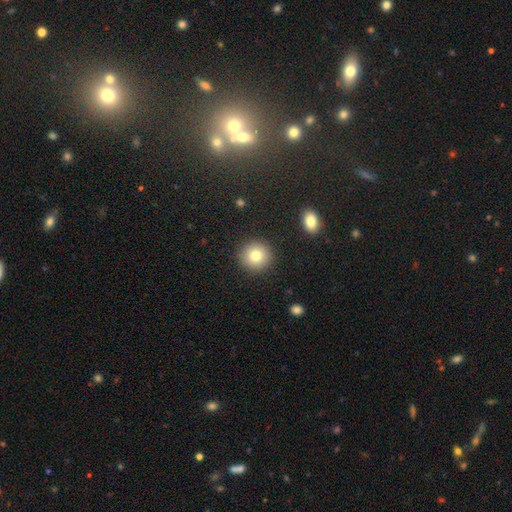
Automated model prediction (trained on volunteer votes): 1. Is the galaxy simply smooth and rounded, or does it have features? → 79% smooth, 10% star or artifact, 10% featured or disk.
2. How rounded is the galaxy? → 92% round, 7% in between, 1% cigar-shaped.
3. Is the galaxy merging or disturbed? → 90% none, 6% minor disturbance, 2% major disturbance, 1% merger.